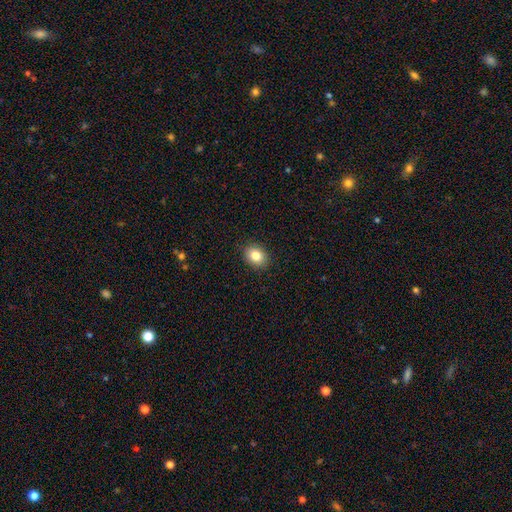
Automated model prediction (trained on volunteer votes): Smooth or featured: smooth — 83% (star or artifact — 9%)
How rounded: in between — 59% (round — 40%)
Merging: none — 89% (minor disturbance — 8%)